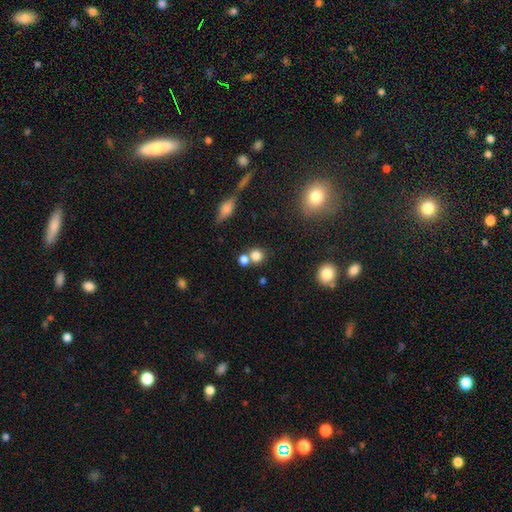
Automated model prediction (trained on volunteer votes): Morphology: type=smooth (78%); roundness=round (82%); merging=none (55%).